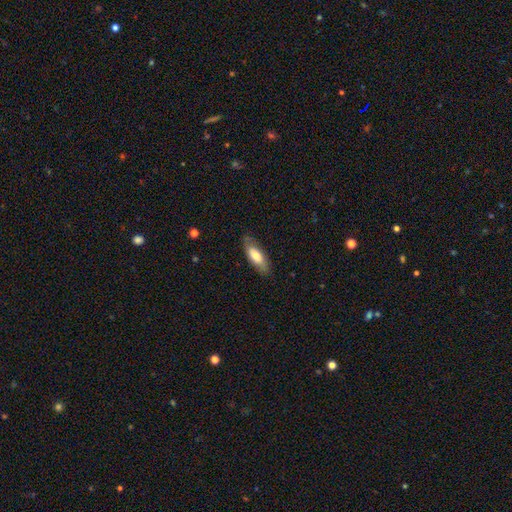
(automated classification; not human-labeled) smooth-or-featured: smooth: 68% | featured or disk: 26% | star or artifact: 6%
  how-rounded: in between: 72% | cigar-shaped: 26% | round: 2%
  merging: none: 79% | minor disturbance: 16% | major disturbance: 4% | merger: 1%